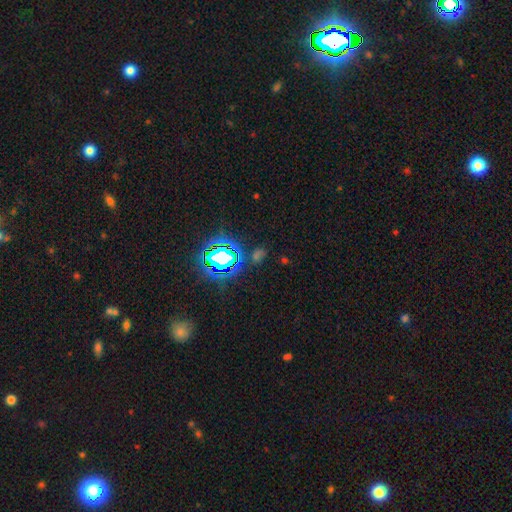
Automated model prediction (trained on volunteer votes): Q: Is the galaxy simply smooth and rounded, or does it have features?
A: star or artifact — 70%.